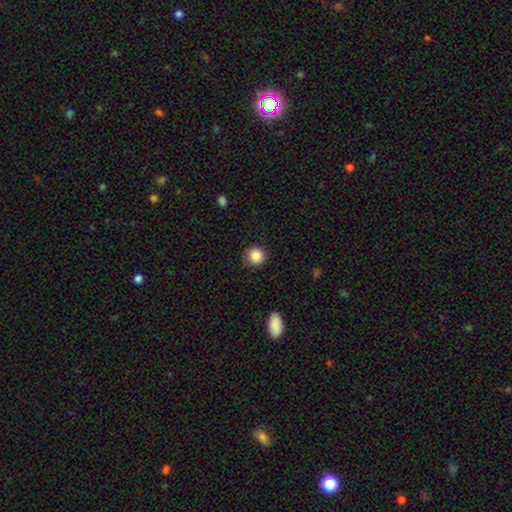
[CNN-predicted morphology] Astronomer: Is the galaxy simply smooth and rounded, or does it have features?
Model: smooth — 87%.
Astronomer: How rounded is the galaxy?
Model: round — 90%.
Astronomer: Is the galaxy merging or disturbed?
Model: none — 82%.